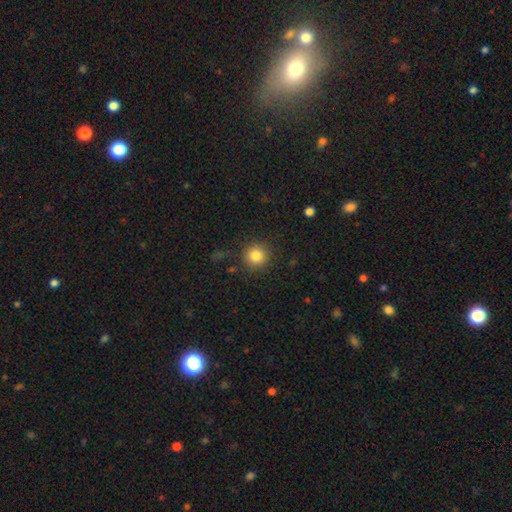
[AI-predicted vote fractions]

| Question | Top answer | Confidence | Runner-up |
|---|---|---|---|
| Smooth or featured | smooth | 84% | star or artifact (11%) |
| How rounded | round | 93% | in between (6%) |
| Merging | none | 88% | minor disturbance (7%) |